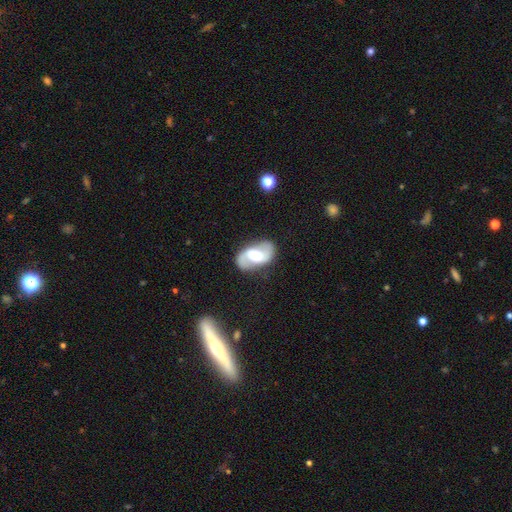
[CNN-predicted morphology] Overall: featured or disk (76%). Edge-on disk: no (97%). Bar: weak (46%; strong 29%). Spiral arms: yes (89%). Spiral arm count: 2 (91%). Spiral winding: loose (44%; medium 42%). Bulge size: moderate (59%; large 21%). Merging: none (80%).